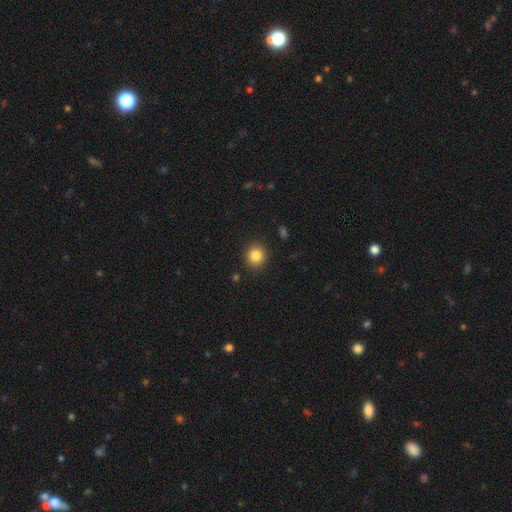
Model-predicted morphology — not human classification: The model was most divided on "smooth or featured": smooth: 85%, star or artifact: 10%, featured or disk: 5%. More confident: merging — none (90%); how rounded — round (89%).